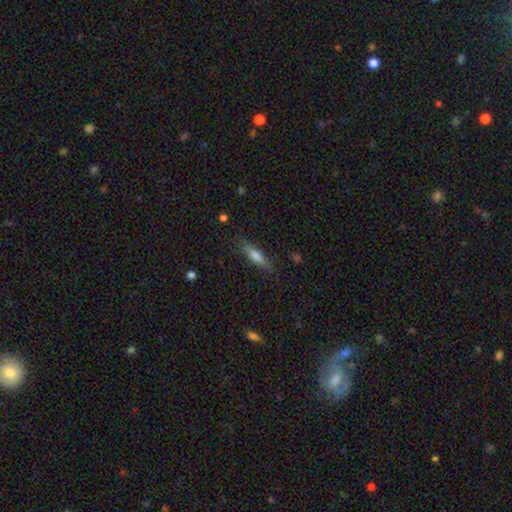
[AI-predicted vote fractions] A smooth galaxy with no disk features (66%) that is cigar-shaped (71%). Merging: none (83%).